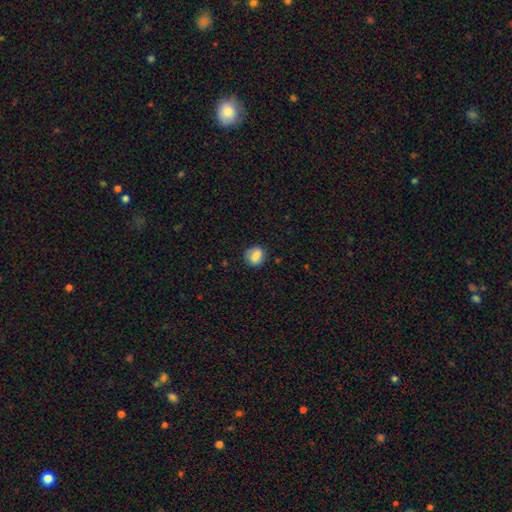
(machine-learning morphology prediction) Smooth or featured? Predicted: smooth (p=0.78). How rounded? Predicted: round (p=0.68). Merging? Predicted: none (p=0.81).